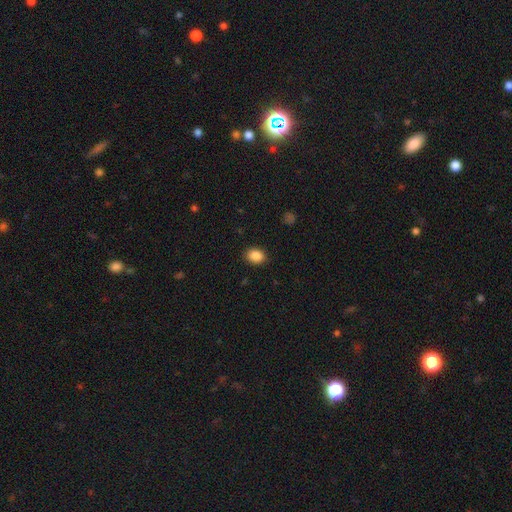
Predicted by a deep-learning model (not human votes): A smooth galaxy with no disk features (88%) that is in between round and cigar-shaped (57%). Merging: none (88%).